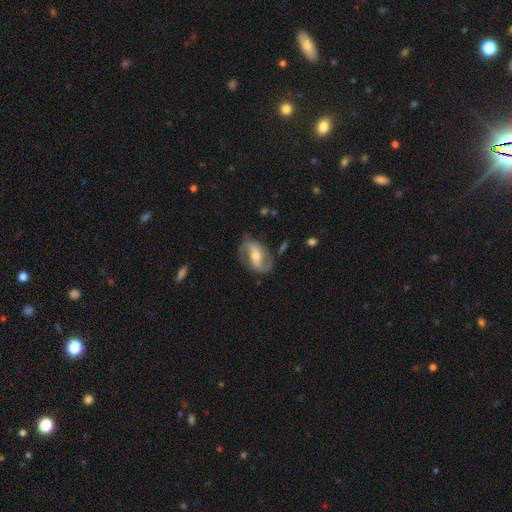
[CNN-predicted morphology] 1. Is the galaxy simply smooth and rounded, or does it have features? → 81% featured or disk, 13% smooth, 6% star or artifact.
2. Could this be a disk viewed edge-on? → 96% no, 4% yes.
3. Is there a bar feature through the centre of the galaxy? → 37% weak, 36% strong, 27% no.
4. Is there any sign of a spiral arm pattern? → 92% yes, 8% no.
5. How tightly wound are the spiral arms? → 45% loose, 41% medium, 14% tight.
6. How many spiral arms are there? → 90% 2, 4% can't tell, 3% 1, 1% 3, 1% 4, 1% more than 4.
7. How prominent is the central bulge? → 57% moderate, 36% small, 5% large, 2% none, 1% dominant.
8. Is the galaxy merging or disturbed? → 75% none, 16% minor disturbance, 7% major disturbance, 2% merger.